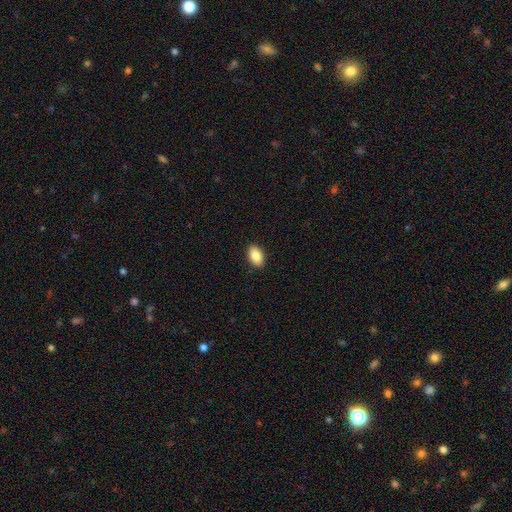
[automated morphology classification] This is clearly a smooth galaxy (86%). How rounded: clearly in between (90%). Merging: clearly none (91%).